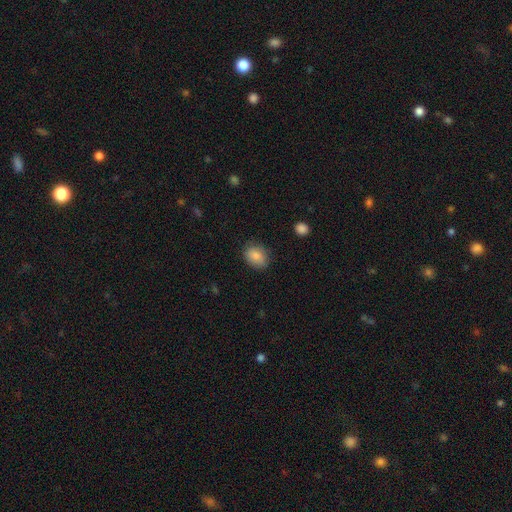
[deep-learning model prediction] The model was most divided on "how rounded": in between: 62%, round: 37%, cigar-shaped: 1%. More confident: smooth or featured — smooth (85%); merging — none (79%).